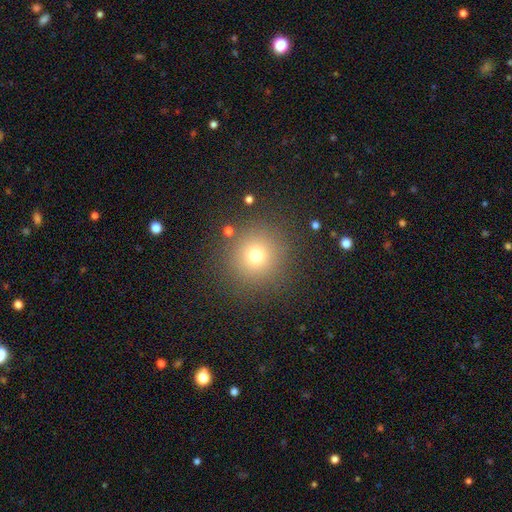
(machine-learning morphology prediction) Q: Smooth or featured?
A: smooth (71%); runner-up: star or artifact (19%)
Q: How rounded?
A: round (94%); runner-up: in between (5%)
Q: Merging?
A: none (87%); runner-up: minor disturbance (7%)